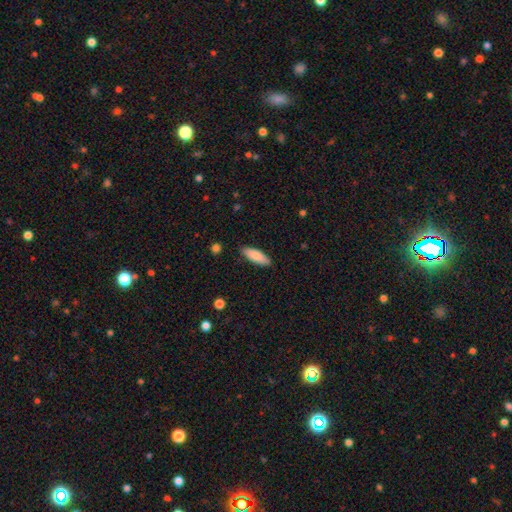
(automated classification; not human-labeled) A smooth galaxy with no disk features (85%) that is in between round and cigar-shaped (59%).

Vote fractions:
- Smooth or featured? smooth: 85% / featured or disk: 9% / star or artifact: 6%
- How rounded? in between: 59% / cigar-shaped: 40% / round: 2%
- Merging? none: 87% / minor disturbance: 10% / major disturbance: 2% / merger: 1%